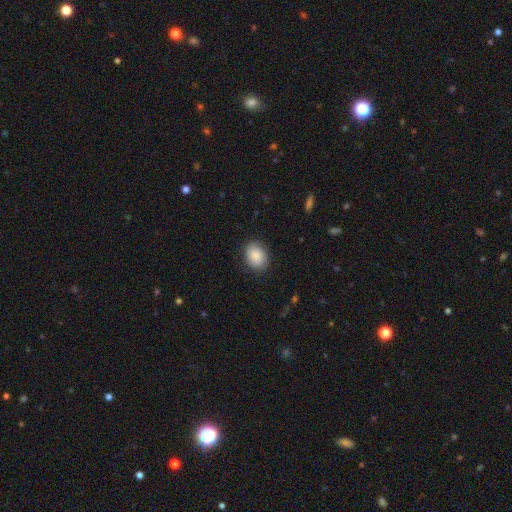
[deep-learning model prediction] smooth_or_featured: smooth (p=0.88) [alt: star or artifact p=0.07]
how_rounded: in between (p=0.60) [alt: round p=0.39]
merging: none (p=0.85) [alt: minor disturbance p=0.11]